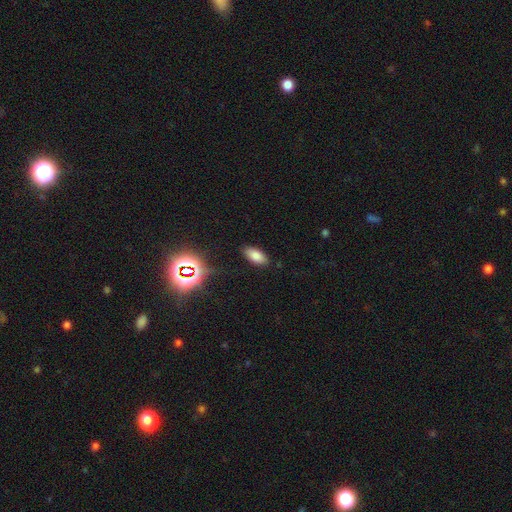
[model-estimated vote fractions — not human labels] Morphology: type=smooth (77%); roundness=in between (91%); merging=none (87%).